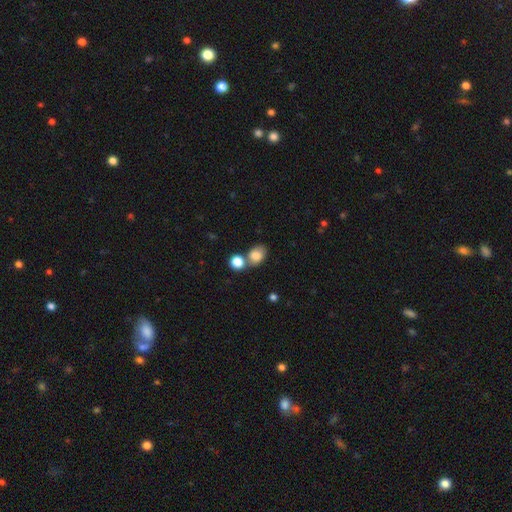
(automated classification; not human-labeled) This is clearly a smooth galaxy (82%). How rounded: likely in between (68%). Merging: possibly none (46%).